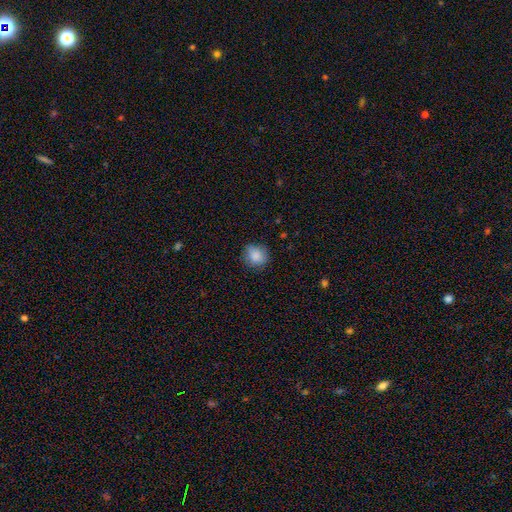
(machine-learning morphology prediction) A smooth galaxy with no disk features (86%) that is round (78%).

Vote fractions:
- Smooth or featured? smooth: 86% / star or artifact: 8% / featured or disk: 6%
- How rounded? round: 78% / in between: 21% / cigar-shaped: 1%
- Merging? none: 79% / minor disturbance: 16% / major disturbance: 3% / merger: 1%